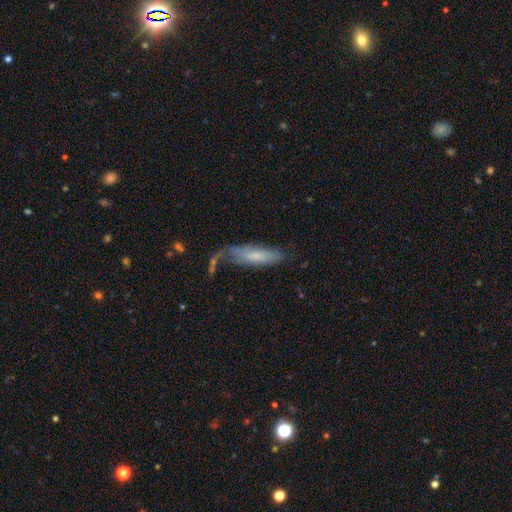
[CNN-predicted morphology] Overall: smooth (64%; featured or disk 30%). How rounded: cigar-shaped (62%; in between 36%). Merging: none (44%; minor disturbance 28%).